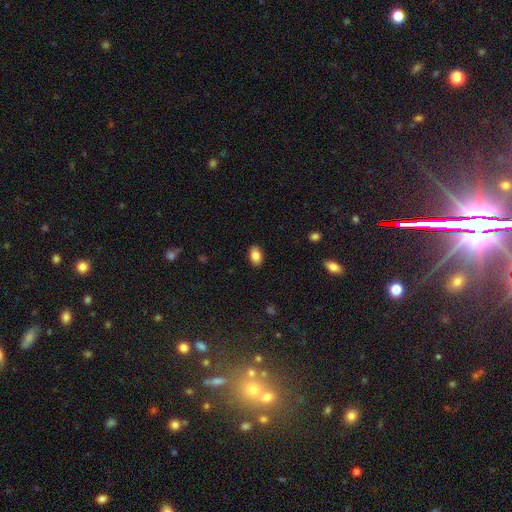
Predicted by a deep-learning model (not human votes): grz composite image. It shows a smooth galaxy with no disk features (86%) that is in between round and cigar-shaped (88%). Merging: none (89%).